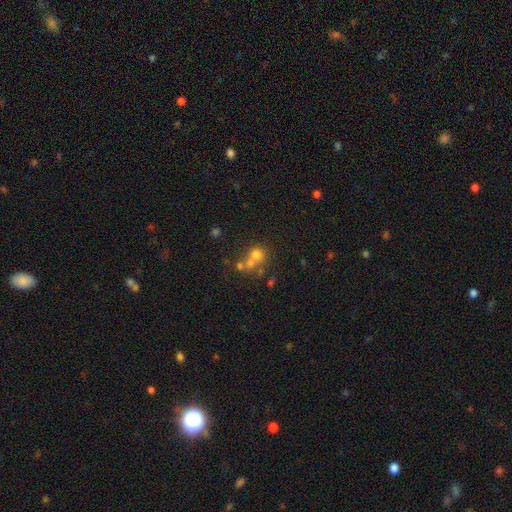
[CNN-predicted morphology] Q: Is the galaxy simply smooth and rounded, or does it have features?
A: smooth — 61%.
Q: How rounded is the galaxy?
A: round — 82%.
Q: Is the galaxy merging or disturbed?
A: merger — 48%.